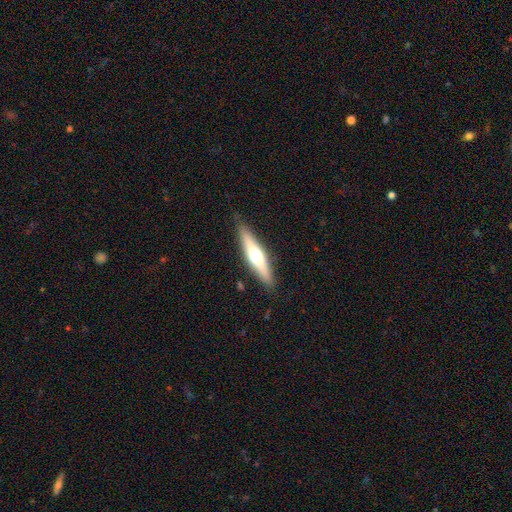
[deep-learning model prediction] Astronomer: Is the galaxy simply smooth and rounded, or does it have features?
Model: featured or disk — 53% (runner-up: smooth, 41%).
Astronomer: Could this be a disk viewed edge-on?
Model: yes — 92%.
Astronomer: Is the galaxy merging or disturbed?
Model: none — 87%.